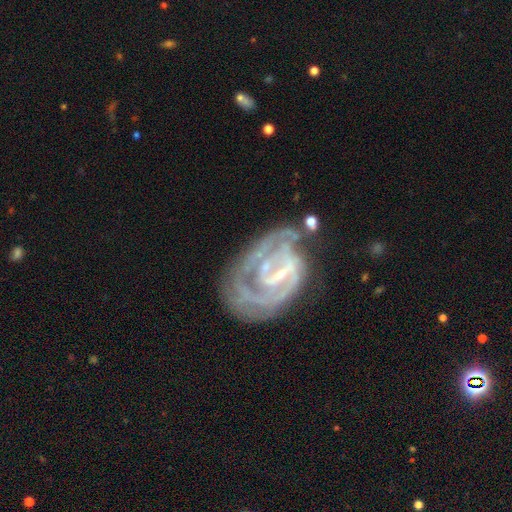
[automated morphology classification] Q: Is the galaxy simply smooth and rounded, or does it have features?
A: featured or disk — 84%.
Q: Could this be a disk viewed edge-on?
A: no — 97%.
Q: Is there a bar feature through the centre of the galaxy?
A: weak — 44%.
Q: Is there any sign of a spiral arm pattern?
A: yes — 90%.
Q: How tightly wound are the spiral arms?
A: tight — 60%.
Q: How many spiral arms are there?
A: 2 — 39%.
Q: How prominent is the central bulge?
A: small — 61%.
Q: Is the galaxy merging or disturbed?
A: none — 52%.